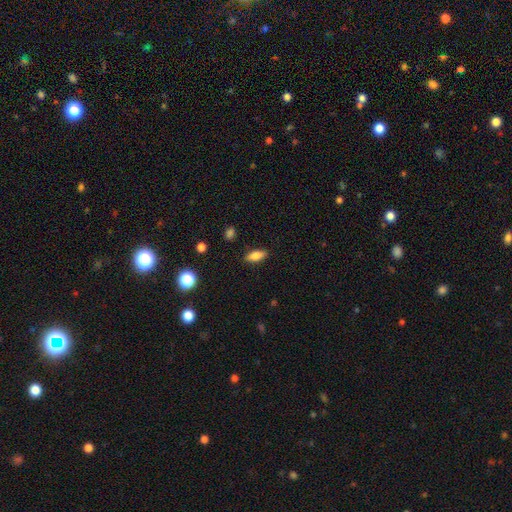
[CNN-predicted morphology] A smooth galaxy with no disk features (77%) that is in between round and cigar-shaped (75%).

Vote fractions:
- Smooth or featured? smooth: 77% / featured or disk: 15% / star or artifact: 8%
- How rounded? in between: 75% / cigar-shaped: 22% / round: 3%
- Merging? none: 87% / minor disturbance: 9% / major disturbance: 2% / merger: 1%